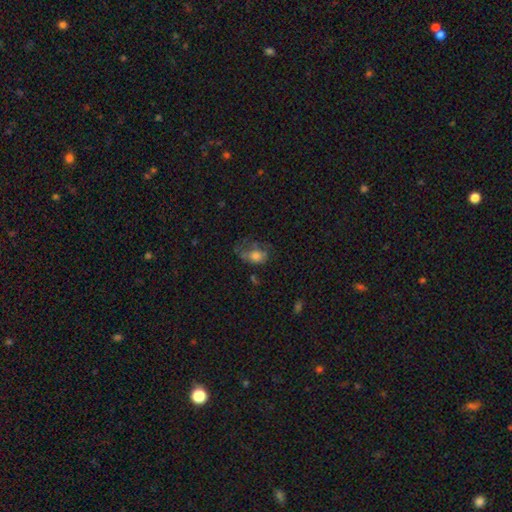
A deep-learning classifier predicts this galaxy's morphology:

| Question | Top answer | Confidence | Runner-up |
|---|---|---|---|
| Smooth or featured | smooth | 62% | featured or disk (26%) |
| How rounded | in between | 71% | round (27%) |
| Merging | major disturbance | 39% | none (31%) |